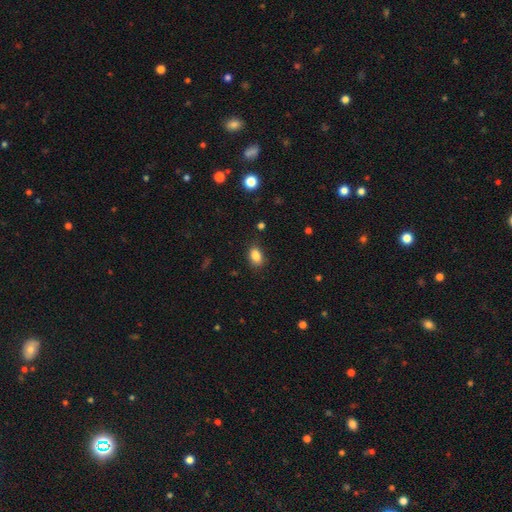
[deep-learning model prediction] Overall: smooth (85%). How rounded: in between (83%). Merging: none (82%).